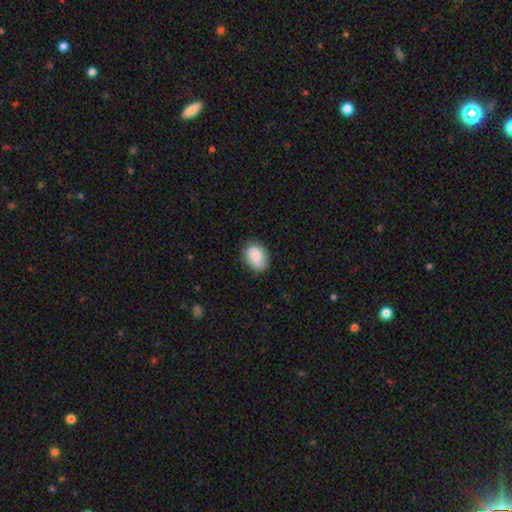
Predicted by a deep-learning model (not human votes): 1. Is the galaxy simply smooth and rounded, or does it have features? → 75% smooth, 18% featured or disk, 7% star or artifact.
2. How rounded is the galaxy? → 69% in between, 30% round, 1% cigar-shaped.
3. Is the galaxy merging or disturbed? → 74% none, 20% minor disturbance, 4% major disturbance, 2% merger.